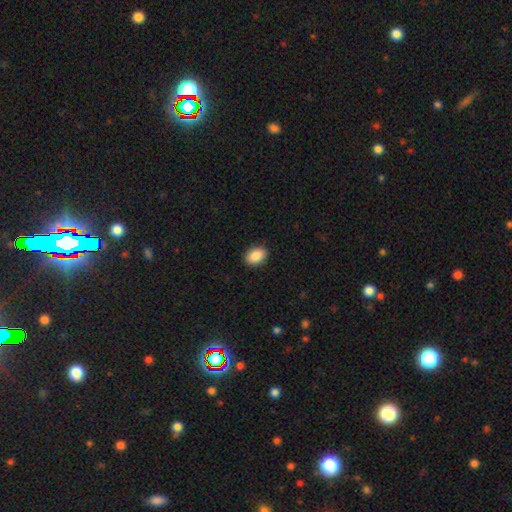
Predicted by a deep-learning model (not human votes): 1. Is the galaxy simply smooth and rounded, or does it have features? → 88% smooth, 7% star or artifact, 5% featured or disk.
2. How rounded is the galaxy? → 79% in between, 20% round, 1% cigar-shaped.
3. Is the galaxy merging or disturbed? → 91% none, 7% minor disturbance, 2% major disturbance, 1% merger.